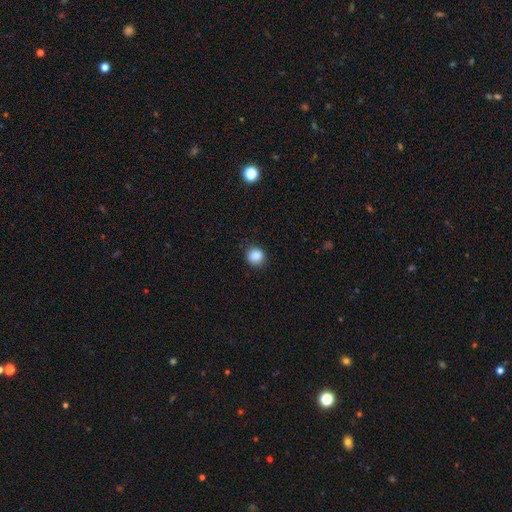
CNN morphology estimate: smooth_or_featured: smooth (p=0.86) [alt: star or artifact p=0.10]
how_rounded: round (p=0.84) [alt: in between p=0.15]
merging: none (p=0.86) [alt: minor disturbance p=0.10]